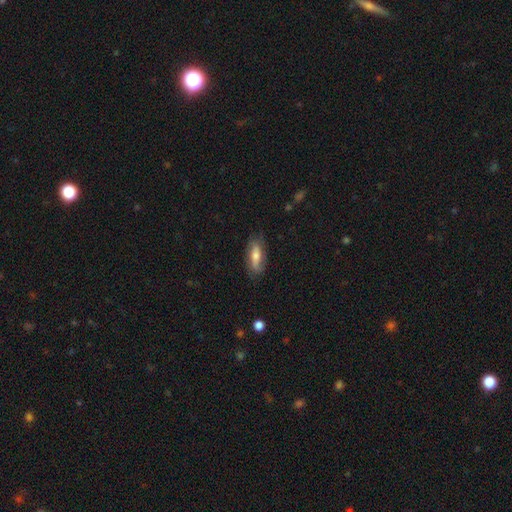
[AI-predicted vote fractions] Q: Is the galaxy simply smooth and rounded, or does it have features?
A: smooth — 55%.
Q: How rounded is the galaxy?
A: in between — 71%.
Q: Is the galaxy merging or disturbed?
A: none — 75%.